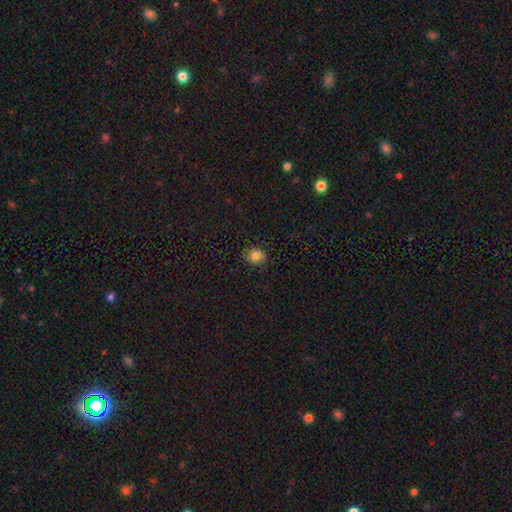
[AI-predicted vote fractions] smooth 82%, star or artifact 13%, featured or disk 4%. Down the decision tree: how rounded — round (72%); merging — none (83%).